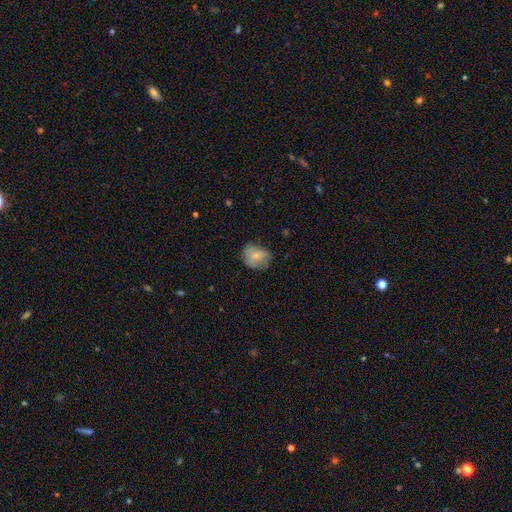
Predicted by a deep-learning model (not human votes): This is likely a smooth galaxy (67%). How rounded: possibly round (50%). Merging: possibly none (57%).